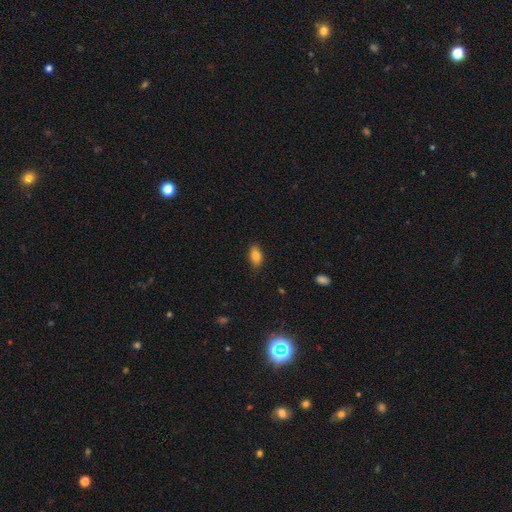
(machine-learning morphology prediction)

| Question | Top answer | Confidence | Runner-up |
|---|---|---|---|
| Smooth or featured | smooth | 85% | star or artifact (8%) |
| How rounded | in between | 89% | cigar-shaped (6%) |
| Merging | none | 85% | minor disturbance (11%) |